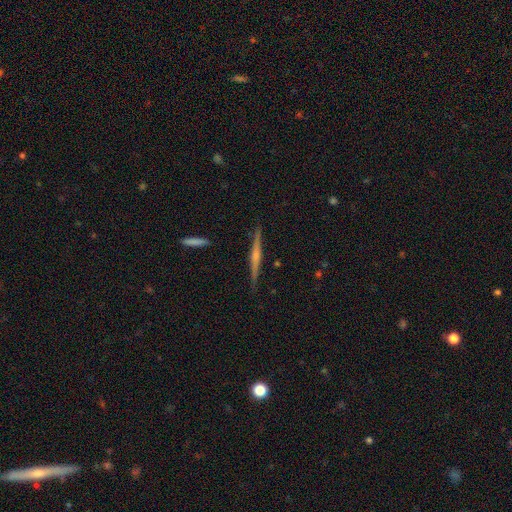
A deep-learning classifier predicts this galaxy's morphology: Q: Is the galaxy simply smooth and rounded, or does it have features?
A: featured or disk — 71%.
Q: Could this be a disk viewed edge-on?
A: yes — 98%.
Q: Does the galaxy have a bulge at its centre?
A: rounded — 60%.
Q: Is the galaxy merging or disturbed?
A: none — 89%.